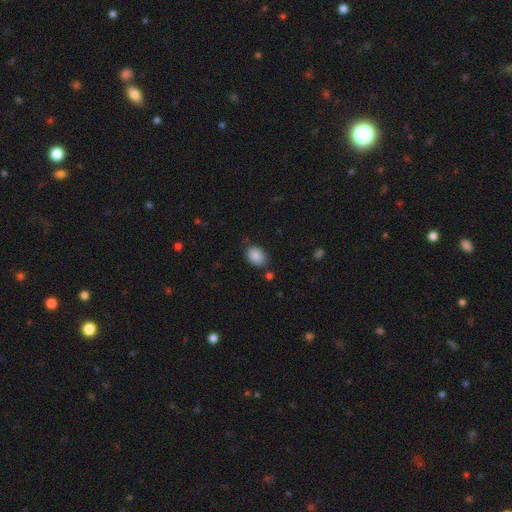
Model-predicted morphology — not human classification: Q: Smooth or featured?
A: smooth (88%); runner-up: star or artifact (8%)
Q: How rounded?
A: in between (71%); runner-up: round (28%)
Q: Merging?
A: none (78%); runner-up: minor disturbance (15%)